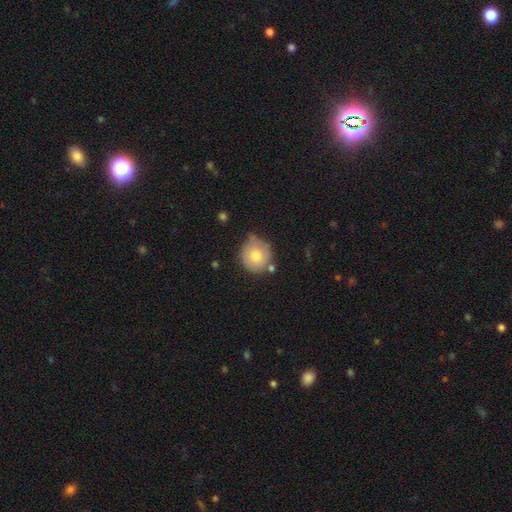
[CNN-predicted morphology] Q: Smooth or featured?
A: smooth (71%); runner-up: featured or disk (21%)
Q: How rounded?
A: round (89%); runner-up: in between (10%)
Q: Merging?
A: none (63%); runner-up: minor disturbance (23%)